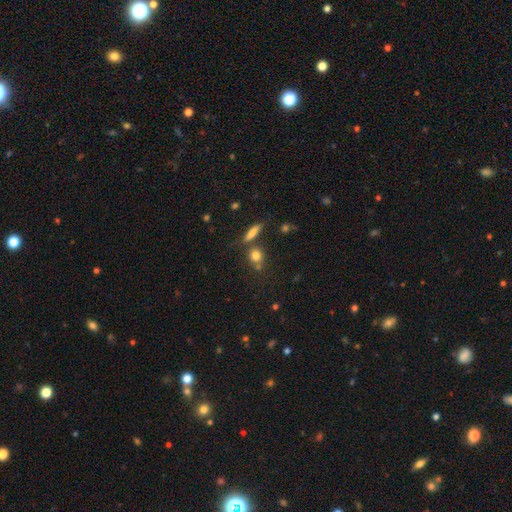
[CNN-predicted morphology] smooth_or_featured: smooth (p=0.78) [alt: star or artifact p=0.12]
how_rounded: round (p=0.65) [alt: in between p=0.28]
merging: none (p=0.62) [alt: merger p=0.20]